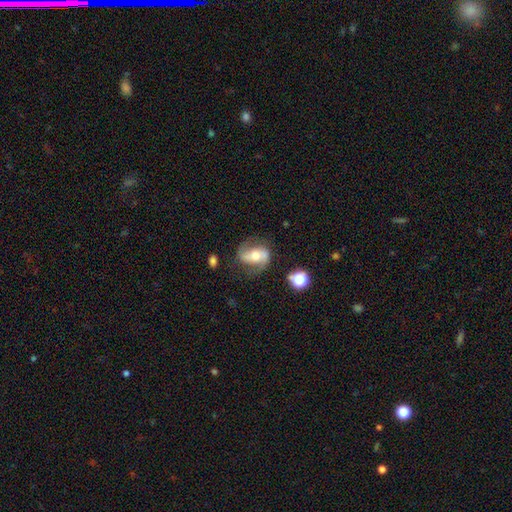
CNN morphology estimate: featured or disk 74%, smooth 18%, star or artifact 7%. Down the decision tree: edge-on disk — no (96%); bar — strong (39%); spiral arms — yes (91%); spiral arm count — 2 (89%); spiral winding — medium (45%); bulge size — moderate (60%); merging — none (70%).